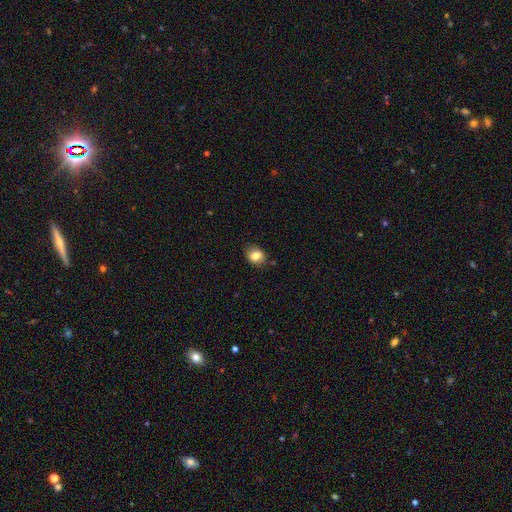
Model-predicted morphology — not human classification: A smooth galaxy with no disk features (81%) that is round (51%).

Vote fractions:
- Smooth or featured? smooth: 81% / star or artifact: 9% / featured or disk: 9%
- How rounded? round: 51% / in between: 48% / cigar-shaped: 1%
- Merging? none: 81% / minor disturbance: 14% / major disturbance: 3% / merger: 2%